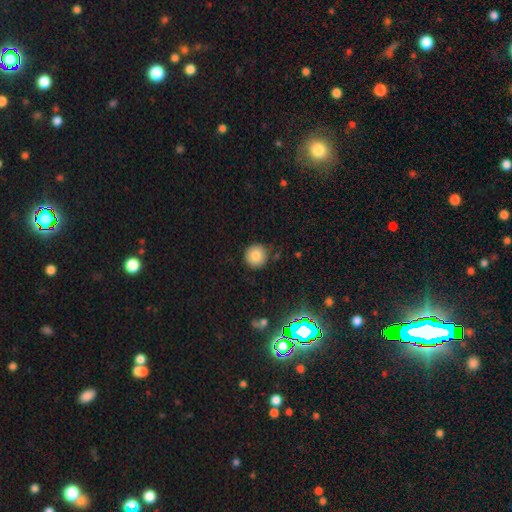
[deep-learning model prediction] This is clearly a smooth galaxy (81%). How rounded: clearly round (94%). Merging: clearly none (86%).